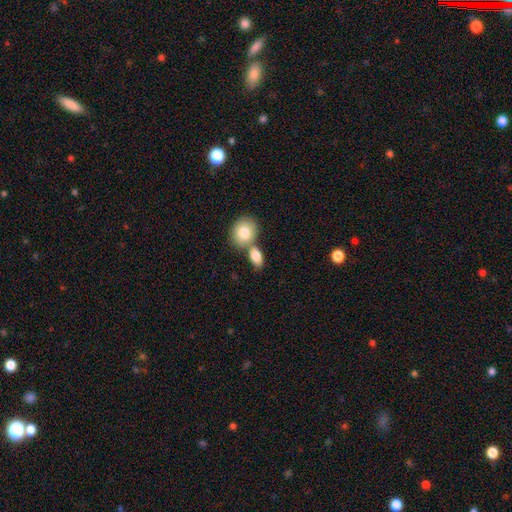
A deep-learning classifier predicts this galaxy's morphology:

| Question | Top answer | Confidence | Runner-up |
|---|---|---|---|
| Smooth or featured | smooth | 84% | featured or disk (9%) |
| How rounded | in between | 80% | round (17%) |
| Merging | none | 44% | merger (43%) |